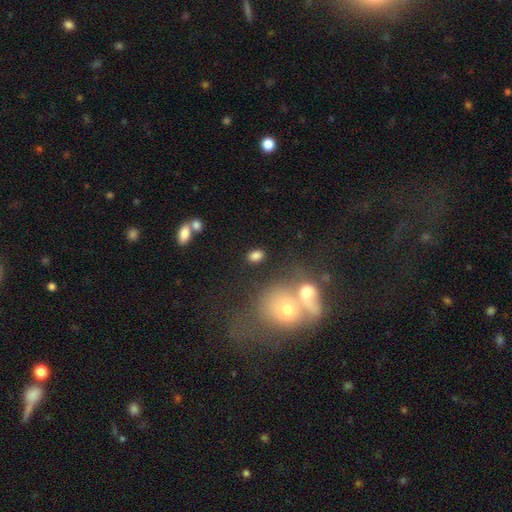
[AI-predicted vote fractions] Q: Smooth or featured?
A: smooth (81%); runner-up: star or artifact (11%)
Q: How rounded?
A: in between (81%); runner-up: round (17%)
Q: Merging?
A: none (73%); runner-up: merger (11%)